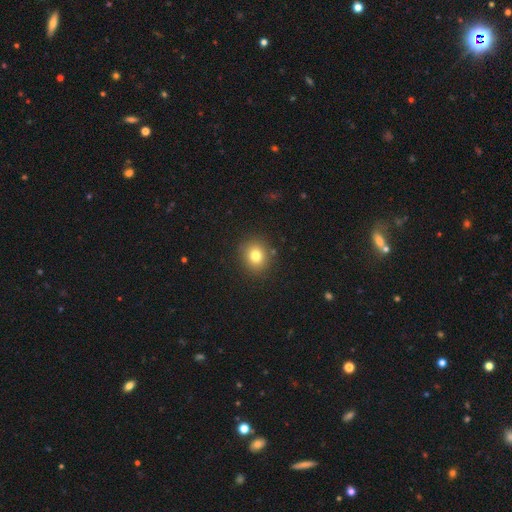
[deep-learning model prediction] A smooth galaxy with no disk features (79%) that is round (79%).

Vote fractions:
- Smooth or featured? smooth: 79% / star or artifact: 13% / featured or disk: 9%
- How rounded? round: 79% / in between: 21% / cigar-shaped: 1%
- Merging? none: 88% / minor disturbance: 8% / major disturbance: 3% / merger: 2%